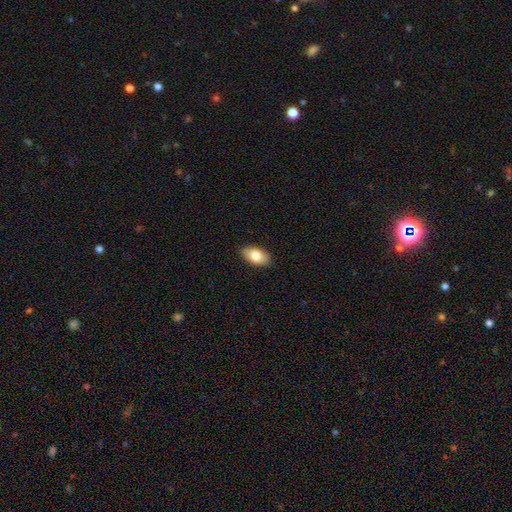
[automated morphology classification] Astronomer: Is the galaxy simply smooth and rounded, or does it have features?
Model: smooth — 81%.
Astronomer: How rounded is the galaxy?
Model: in between — 93%.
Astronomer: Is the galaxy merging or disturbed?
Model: none — 89%.